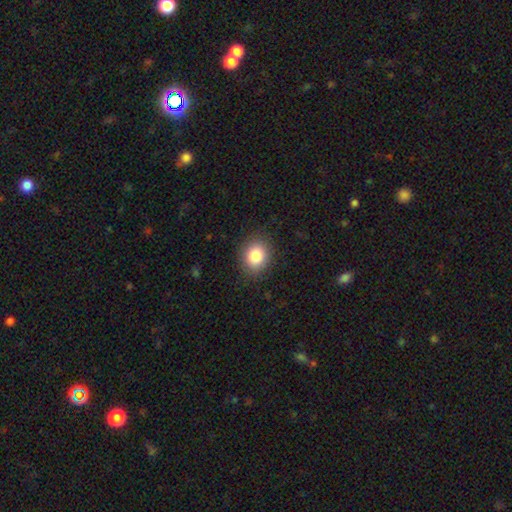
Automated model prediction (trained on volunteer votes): Overall: smooth (84%). How rounded: round (63%; in between 36%). Merging: none (87%).